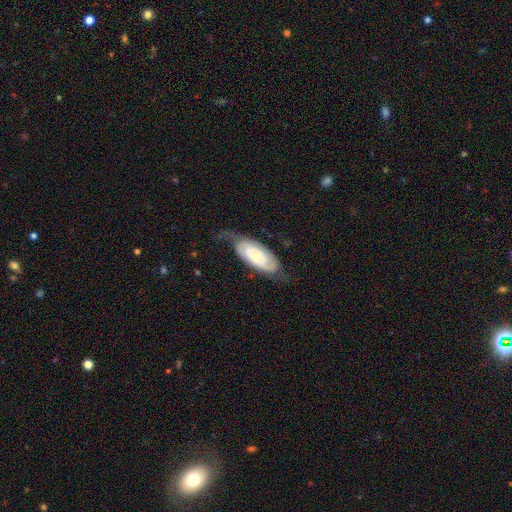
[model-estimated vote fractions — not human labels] This appears to be a featured or disk galaxy (65%) with no bar (69%), 2 (68%) tight (53%) spiral arms (91%) and a small central bulge (58%). Merging: none (55%).